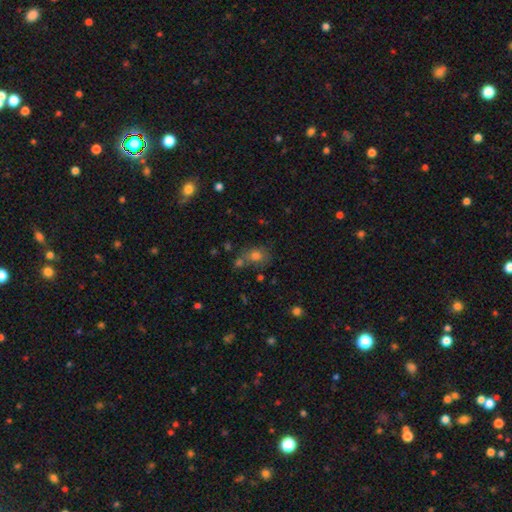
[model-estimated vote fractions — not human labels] The model was most divided on "how rounded": round: 58%, in between: 41%, cigar-shaped: 1%. More confident: smooth or featured — smooth (72%); merging — none (58%).